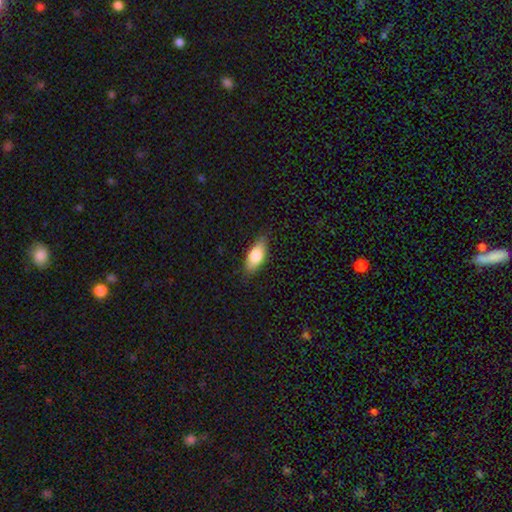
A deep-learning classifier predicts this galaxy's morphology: A smooth galaxy with no disk features (80%) that is in between round and cigar-shaped (84%). Merging: none (81%).